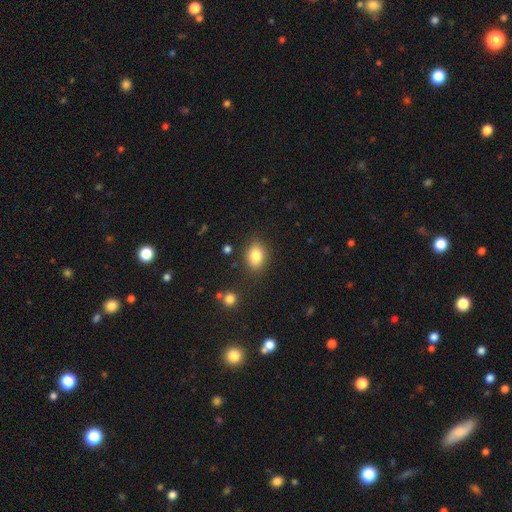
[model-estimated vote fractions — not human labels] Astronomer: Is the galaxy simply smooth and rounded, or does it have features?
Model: smooth — 83%.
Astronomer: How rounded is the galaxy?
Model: in between — 71%.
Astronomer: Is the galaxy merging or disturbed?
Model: none — 83%.